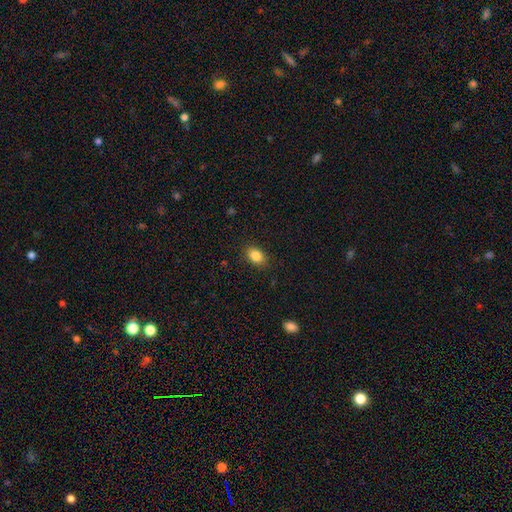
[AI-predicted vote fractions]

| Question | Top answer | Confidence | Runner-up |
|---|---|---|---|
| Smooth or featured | smooth | 86% | star or artifact (9%) |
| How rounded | in between | 76% | round (23%) |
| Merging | none | 86% | minor disturbance (10%) |